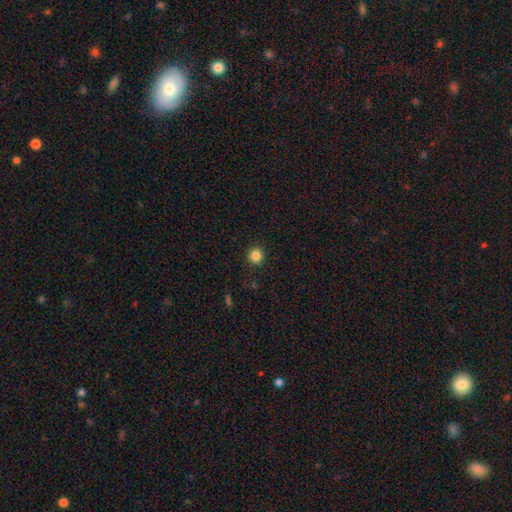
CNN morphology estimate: type=smooth (85%); roundness=round (94%); merging=none (92%).